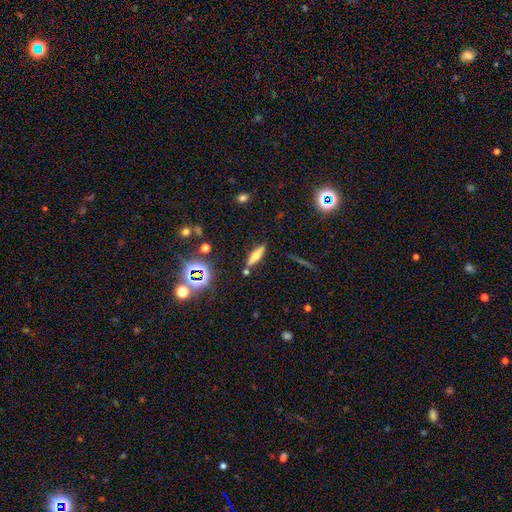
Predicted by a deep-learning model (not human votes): smooth 45%, featured or disk 40%, star or artifact 15%. Down the decision tree: merging — none (80%).